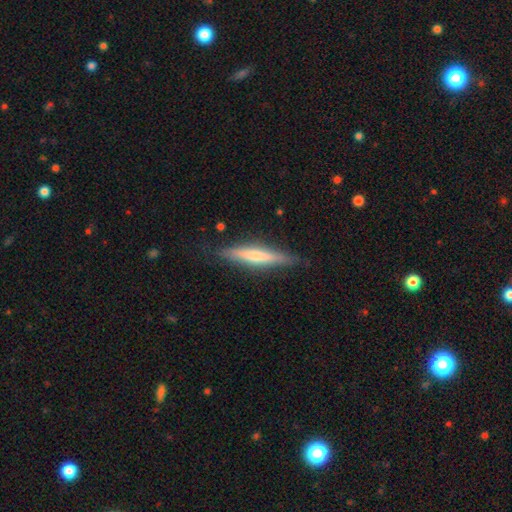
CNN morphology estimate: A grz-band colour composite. It shows a smooth galaxy with no disk features (54%) that is cigar-shaped (90%). Merging: none (84%).